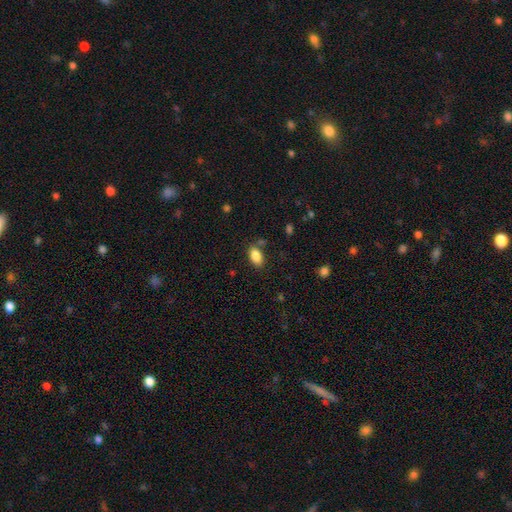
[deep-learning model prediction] Morphology: type=smooth (87%); roundness=in between (92%); merging=none (79%).